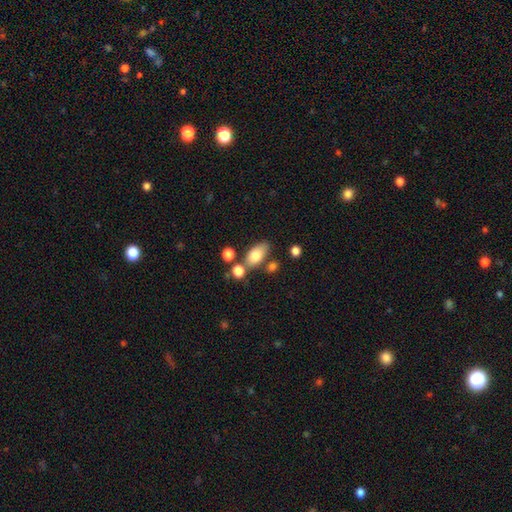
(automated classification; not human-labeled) Overall: smooth (78%). How rounded: in between (88%). Merging: none (63%).